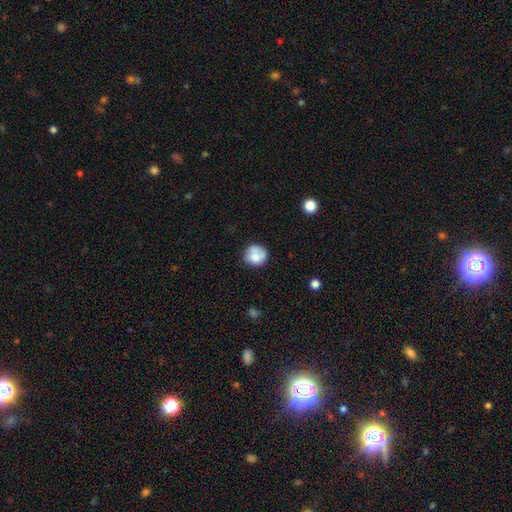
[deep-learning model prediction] smooth 77%, featured or disk 15%, star or artifact 8%. Down the decision tree: how rounded — round (85%); merging — none (64%).